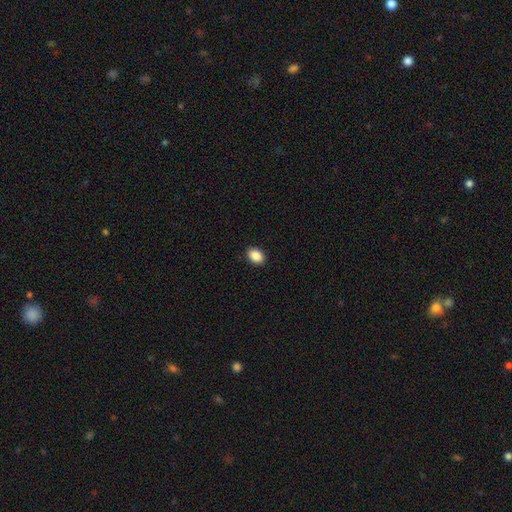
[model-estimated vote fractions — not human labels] Morphology: type=smooth (89%); roundness=in between (76%); merging=none (90%).